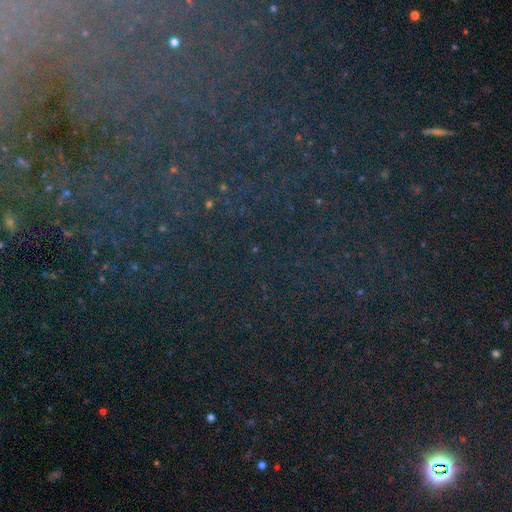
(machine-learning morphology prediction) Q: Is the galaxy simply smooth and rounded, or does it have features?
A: star or artifact — 77%.